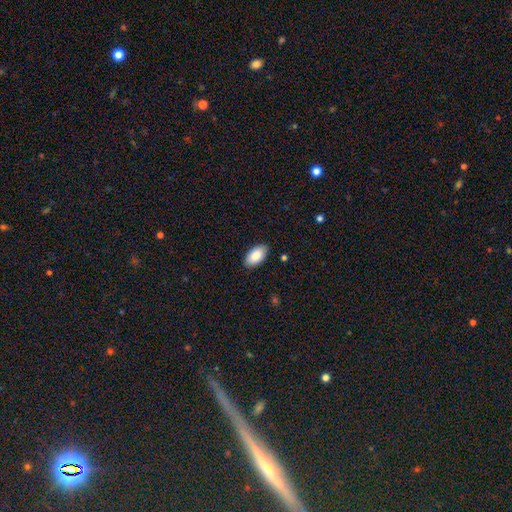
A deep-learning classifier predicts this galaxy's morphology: Overall: smooth (88%). How rounded: in between (96%). Merging: none (89%).